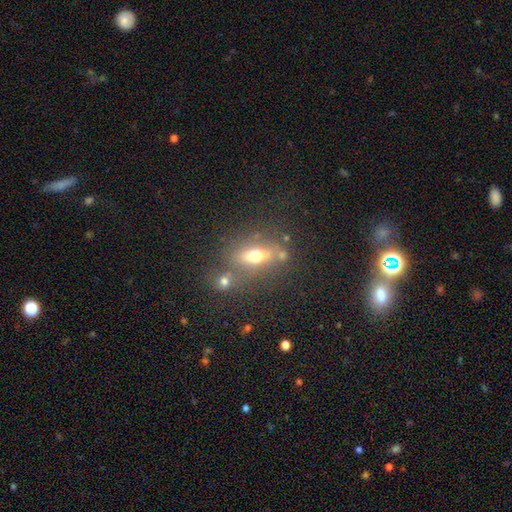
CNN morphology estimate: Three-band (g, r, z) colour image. It shows a smooth galaxy with no disk features (55%) that is in between round and cigar-shaped (63%). Merging: none (60%).